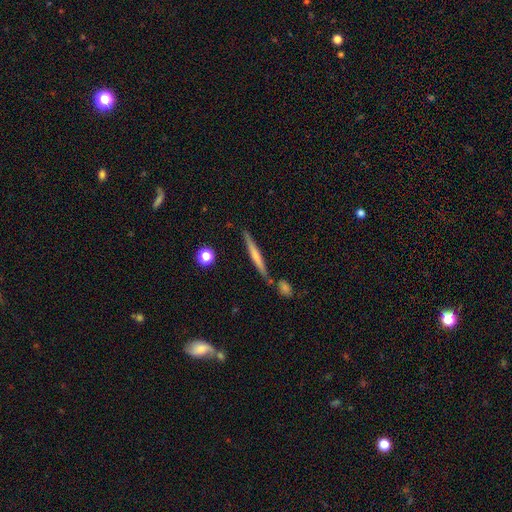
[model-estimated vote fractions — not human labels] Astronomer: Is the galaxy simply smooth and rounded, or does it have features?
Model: smooth — 50% (runner-up: featured or disk, 44%).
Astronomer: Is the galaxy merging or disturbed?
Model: none — 80%.